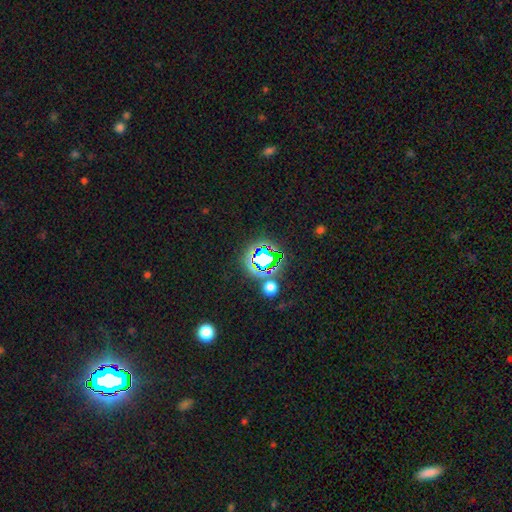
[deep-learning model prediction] star or artifact 79%, smooth 14%, featured or disk 7%.